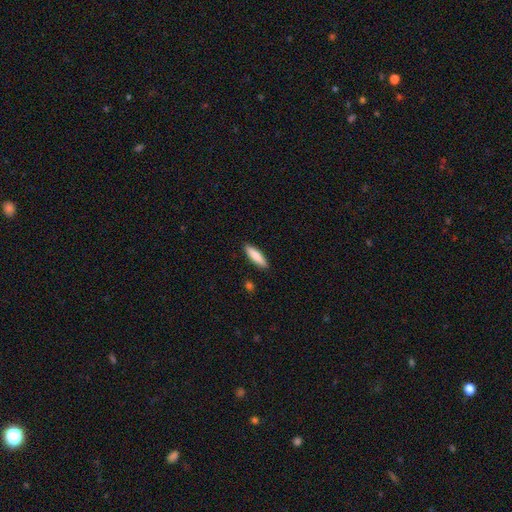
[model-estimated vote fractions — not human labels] Smooth or featured?
  - smooth: 83% *
  - featured or disk: 11%
  - star or artifact: 5%
How rounded?
  - cigar-shaped: 63% *
  - in between: 35%
  - round: 2%
Merging?
  - none: 90% *
  - minor disturbance: 8%
  - major disturbance: 2%
  - merger: 1%